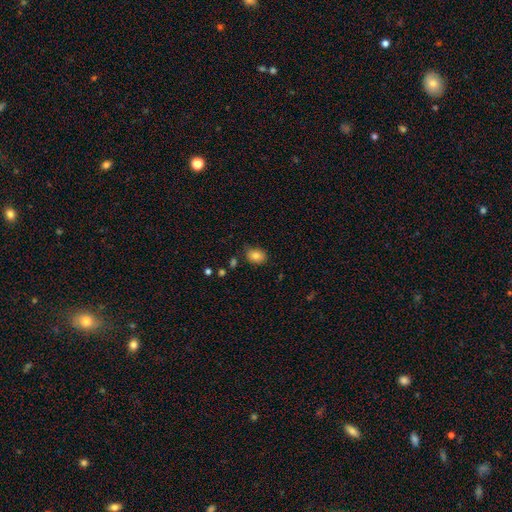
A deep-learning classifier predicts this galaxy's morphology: Smooth or featured? Predicted: smooth (p=0.82). How rounded? Predicted: in between (p=0.67). Merging? Predicted: none (p=0.79).